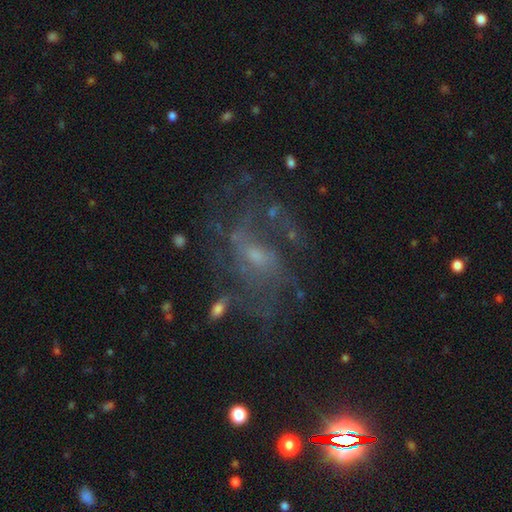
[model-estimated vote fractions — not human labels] featured or disk 75%, star or artifact 13%, smooth 12%. Down the decision tree: edge-on disk — no (97%); bar — no (49%); spiral arms — yes (79%); spiral arm count — can't tell (42%); spiral winding — medium (44%); bulge size — small (57%); merging — none (56%).